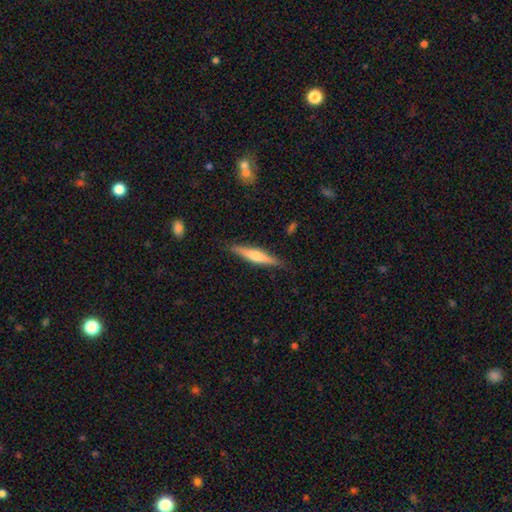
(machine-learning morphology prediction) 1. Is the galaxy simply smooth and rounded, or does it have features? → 52% featured or disk, 42% smooth, 6% star or artifact.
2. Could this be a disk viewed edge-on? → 96% yes, 4% no.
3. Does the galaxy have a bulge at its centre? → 82% rounded, 11% none, 7% boxy.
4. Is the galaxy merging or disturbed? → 88% none, 9% minor disturbance, 2% major disturbance, 1% merger.